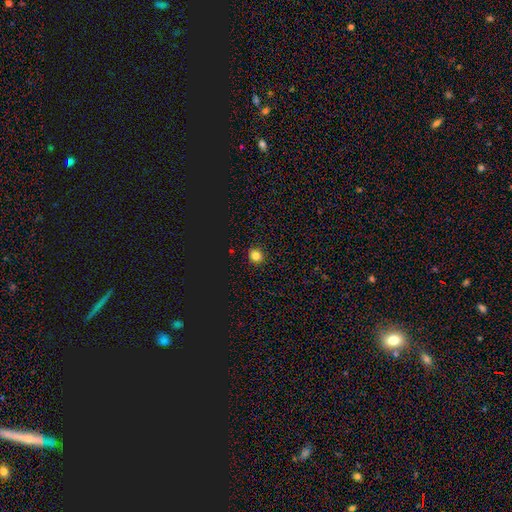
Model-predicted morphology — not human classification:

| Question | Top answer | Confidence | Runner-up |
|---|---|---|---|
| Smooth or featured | smooth | 80% | star or artifact (16%) |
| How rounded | round | 85% | in between (14%) |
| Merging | none | 91% | minor disturbance (6%) |